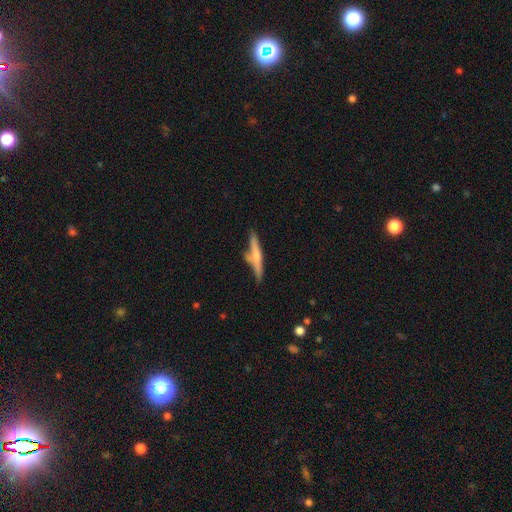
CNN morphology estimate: Overall: featured or disk (48%; smooth 46%). Merging: none (59%).